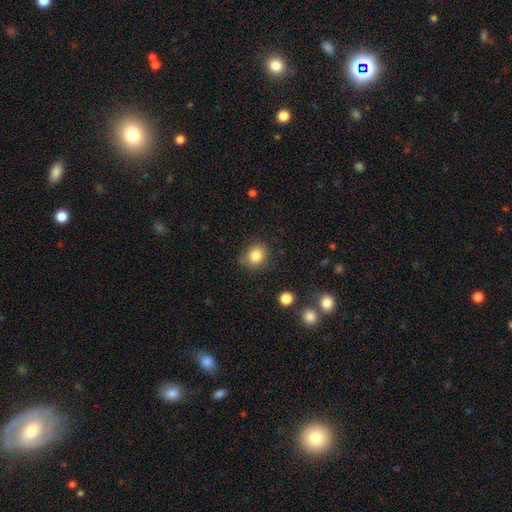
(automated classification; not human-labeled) A smooth galaxy with no disk features (82%) that is round (76%).

Vote fractions:
- Smooth or featured? smooth: 82% / star or artifact: 11% / featured or disk: 7%
- How rounded? round: 76% / in between: 23% / cigar-shaped: 1%
- Merging? none: 80% / minor disturbance: 14% / major disturbance: 4% / merger: 2%